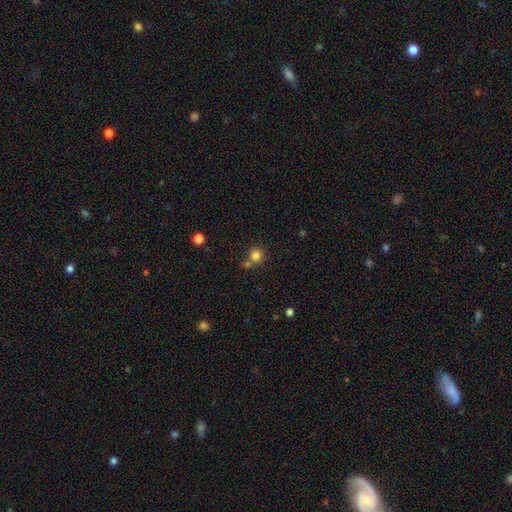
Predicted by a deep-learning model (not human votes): smooth_or_featured: smooth (p=0.82) [alt: star or artifact p=0.13]
how_rounded: round (p=0.90) [alt: in between p=0.09]
merging: none (p=0.65) [alt: merger p=0.23]